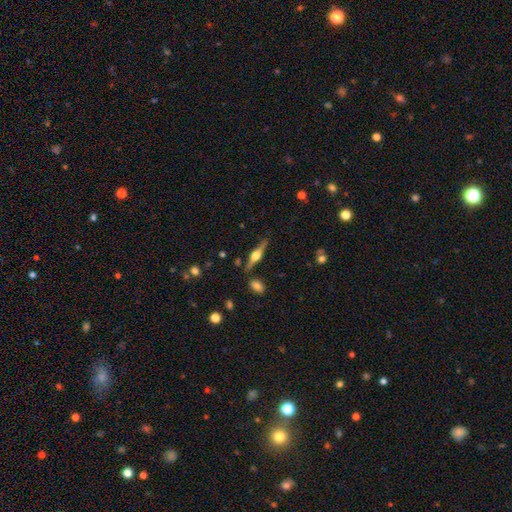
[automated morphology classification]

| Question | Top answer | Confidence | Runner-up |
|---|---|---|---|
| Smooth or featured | featured or disk | 74% | smooth (19%) |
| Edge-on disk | yes | 97% | no (3%) |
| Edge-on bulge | rounded | 91% | boxy (7%) |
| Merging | none | 83% | minor disturbance (11%) |